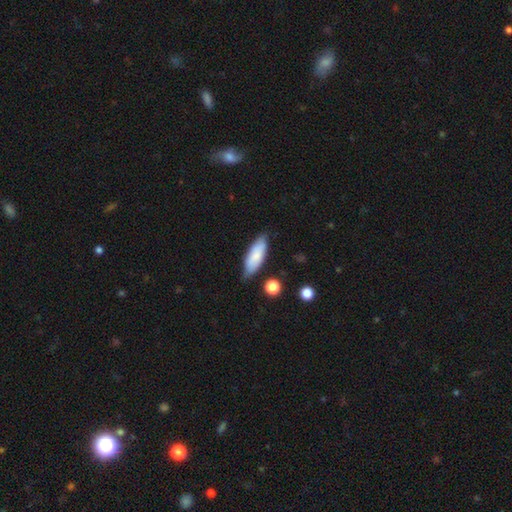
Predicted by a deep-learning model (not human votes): Smooth or featured? Predicted: smooth (p=0.80). How rounded? Predicted: in between (p=0.69). Merging? Predicted: none (p=0.74).